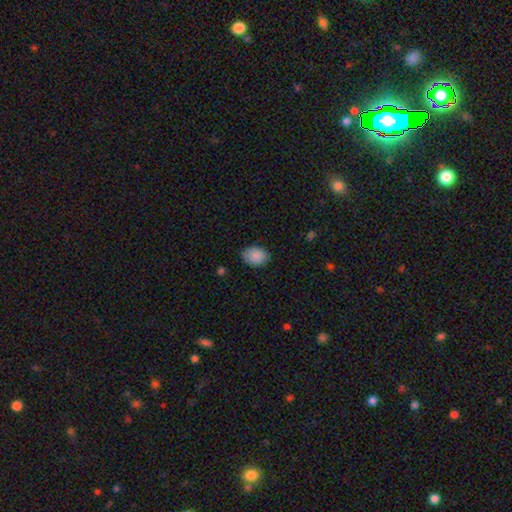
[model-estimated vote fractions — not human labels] smooth-or-featured: smooth: 89% | star or artifact: 7% | featured or disk: 4%
  how-rounded: in between: 73% | round: 26% | cigar-shaped: 1%
  merging: none: 82% | minor disturbance: 14% | major disturbance: 3% | merger: 1%